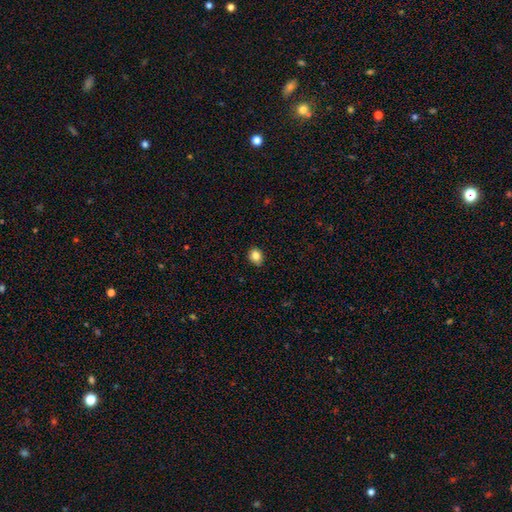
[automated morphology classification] smooth 83%, star or artifact 10%, featured or disk 7%. Down the decision tree: how rounded — round (51%); merging — none (87%).